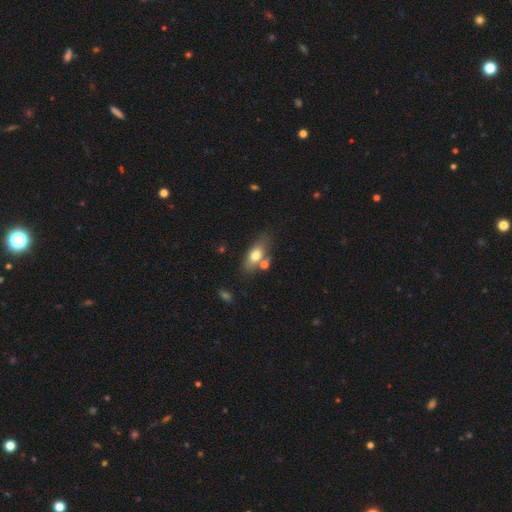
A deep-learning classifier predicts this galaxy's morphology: Smooth or featured?
  - smooth: 70% *
  - featured or disk: 23%
  - star or artifact: 7%
How rounded?
  - in between: 79% *
  - cigar-shaped: 14%
  - round: 6%
Merging?
  - none: 63% *
  - merger: 17%
  - minor disturbance: 15%
  - major disturbance: 5%